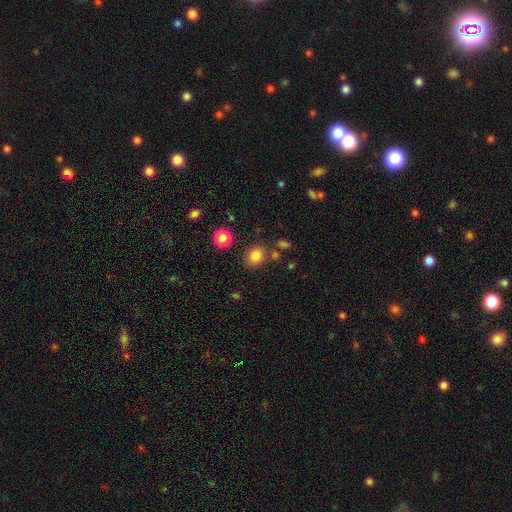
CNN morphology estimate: Smooth or featured?
  - smooth: 83% *
  - star or artifact: 12%
  - featured or disk: 5%
How rounded?
  - round: 70% *
  - in between: 29%
  - cigar-shaped: 1%
Merging?
  - none: 79% *
  - minor disturbance: 10%
  - merger: 7%
  - major disturbance: 4%